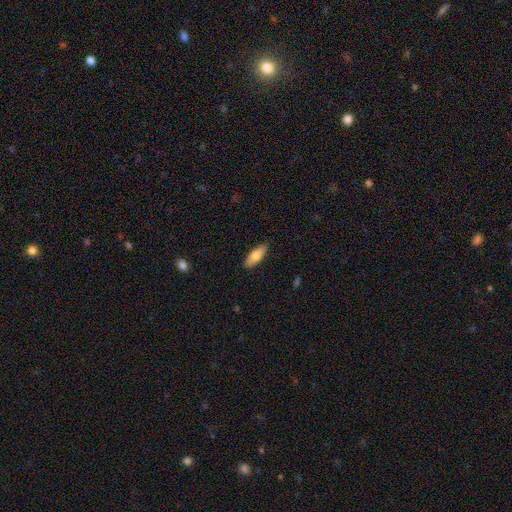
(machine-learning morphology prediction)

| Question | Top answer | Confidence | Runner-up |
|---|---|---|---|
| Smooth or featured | smooth | 71% | featured or disk (23%) |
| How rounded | in between | 66% | cigar-shaped (32%) |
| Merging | none | 87% | minor disturbance (10%) |